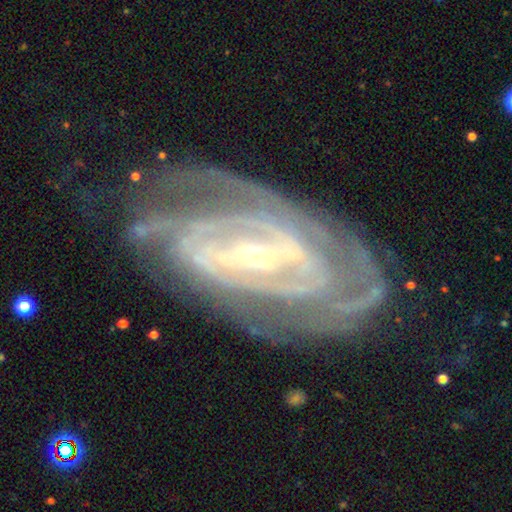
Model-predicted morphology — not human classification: This is clearly a featured or disk galaxy (90%). It is clearly not viewed edge-on (94%). Bar: possibly strong (52%). Spiral arm pattern: clearly yes (96%). Spiral arm count: marginally can't tell (28%). Spiral winding: likely tight (72%). Central bulge: likely small (71%). Merging: likely none (70%).